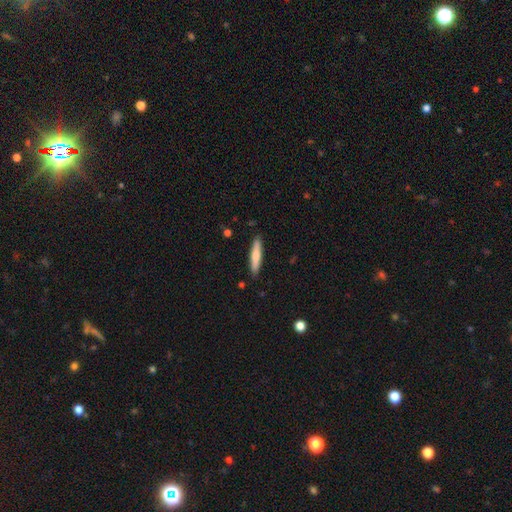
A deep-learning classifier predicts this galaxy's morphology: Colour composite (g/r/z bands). It shows a smooth galaxy with no disk features (71%) that is cigar-shaped (87%). Merging: none (88%).